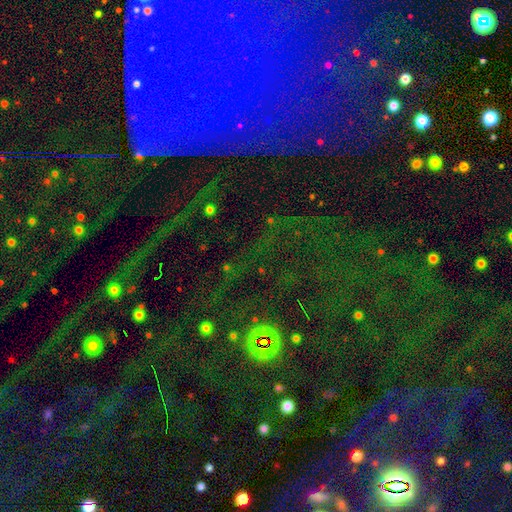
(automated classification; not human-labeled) Smooth or featured? star or artifact (78%)